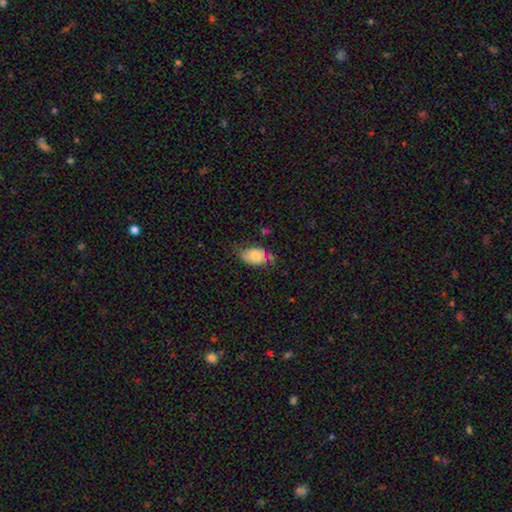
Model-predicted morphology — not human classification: Smooth or featured: smooth — 76% (featured or disk — 16%)
How rounded: in between — 88% (round — 10%)
Merging: none — 49% (minor disturbance — 34%)